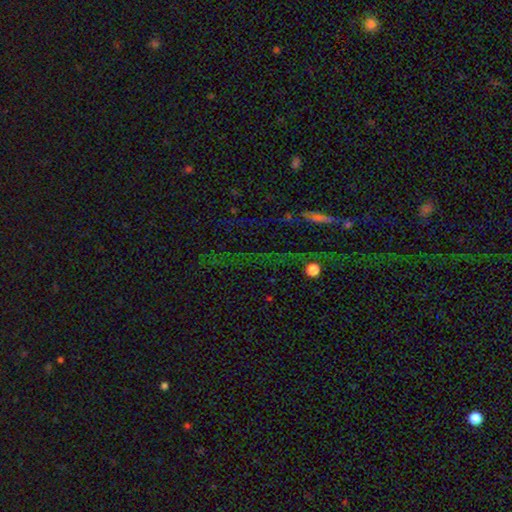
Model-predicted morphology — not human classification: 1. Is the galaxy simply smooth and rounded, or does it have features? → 71% star or artifact, 16% smooth, 14% featured or disk.